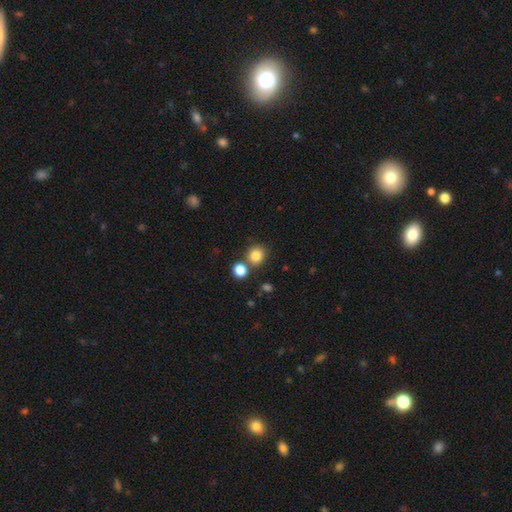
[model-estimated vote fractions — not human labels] Morphology: type=smooth (84%); roundness=round (87%); merging=none (71%).